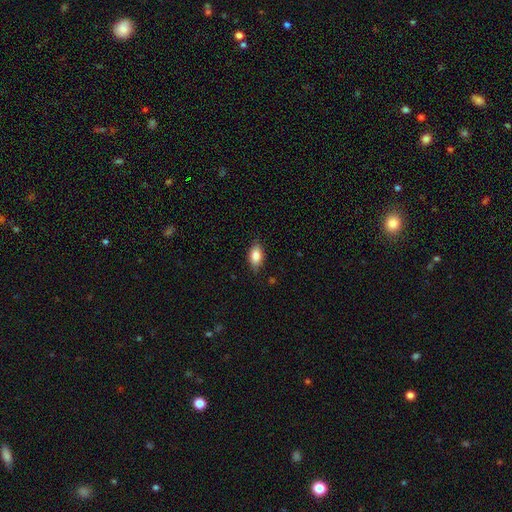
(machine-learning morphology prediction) This appears to be a smooth galaxy with no disk features (84%) that is in between round and cigar-shaped (89%). Merging: none (82%).